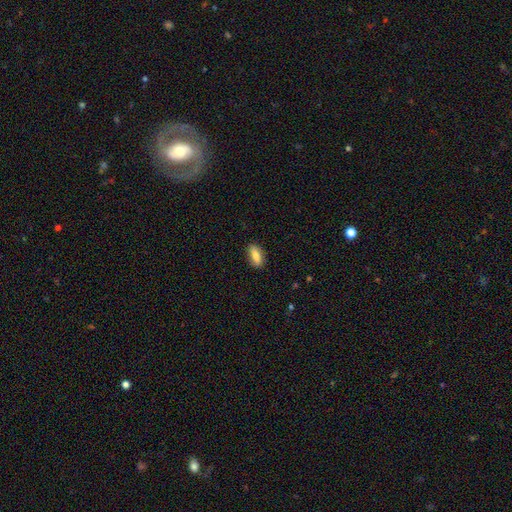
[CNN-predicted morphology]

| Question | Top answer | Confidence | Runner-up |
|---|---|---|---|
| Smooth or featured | smooth | 79% | featured or disk (14%) |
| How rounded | in between | 79% | cigar-shaped (17%) |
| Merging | none | 86% | minor disturbance (10%) |